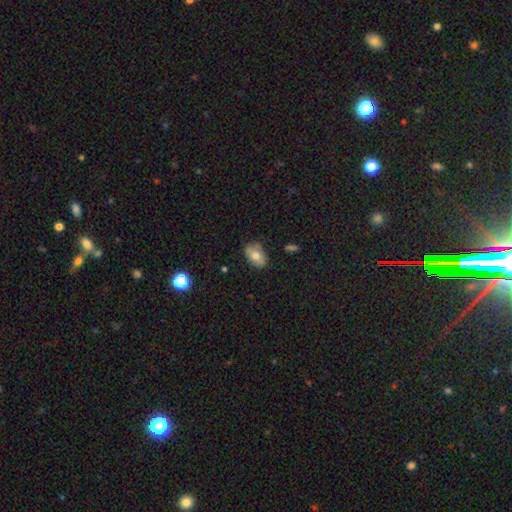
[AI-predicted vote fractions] The model was most divided on "smooth or featured": smooth: 68%, featured or disk: 23%, star or artifact: 9%. More confident: how rounded — in between (79%); merging — none (74%).